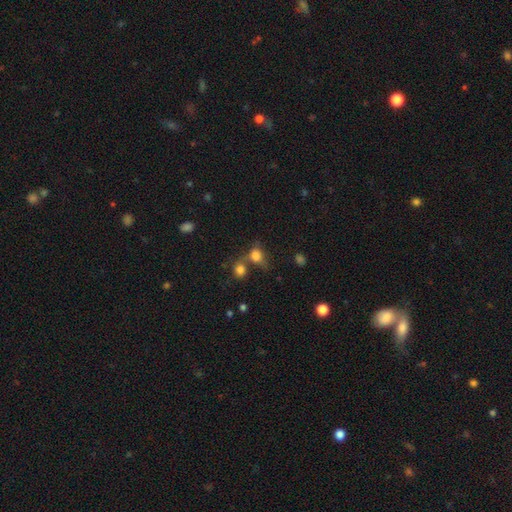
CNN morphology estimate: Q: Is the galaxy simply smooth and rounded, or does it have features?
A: smooth — 78%.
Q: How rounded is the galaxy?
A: in between — 50%.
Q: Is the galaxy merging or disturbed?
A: merger — 41%.